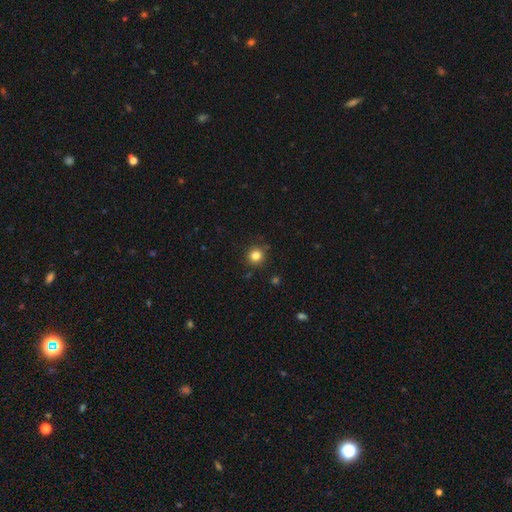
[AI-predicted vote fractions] Overall: smooth (82%). How rounded: round (93%). Merging: none (87%).